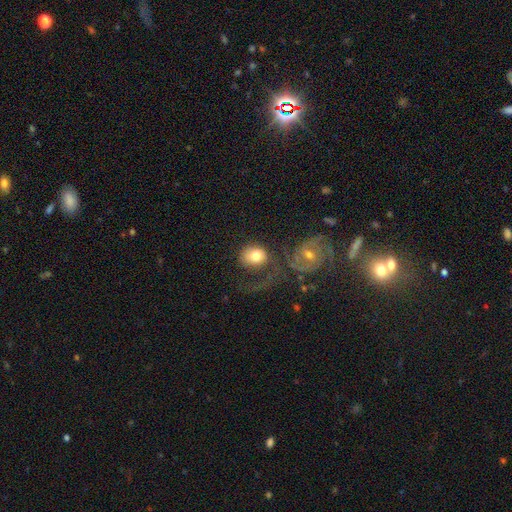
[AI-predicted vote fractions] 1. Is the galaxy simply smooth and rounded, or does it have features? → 65% smooth, 28% featured or disk, 7% star or artifact.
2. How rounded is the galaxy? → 66% round, 33% in between, 1% cigar-shaped.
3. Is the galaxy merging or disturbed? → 38% none, 26% major disturbance, 20% merger, 16% minor disturbance.